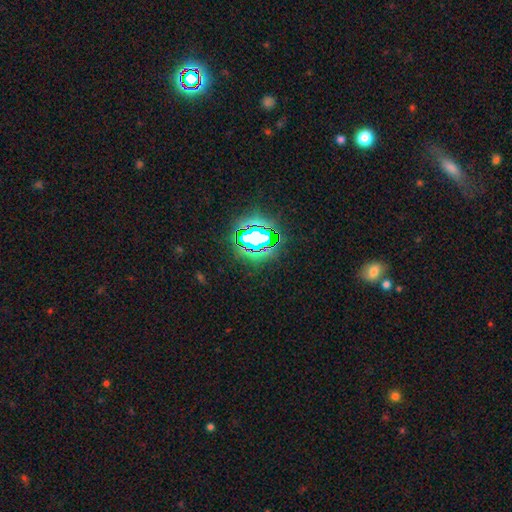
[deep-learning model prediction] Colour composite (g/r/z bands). It shows a star or artifact, not a galaxy (80%).